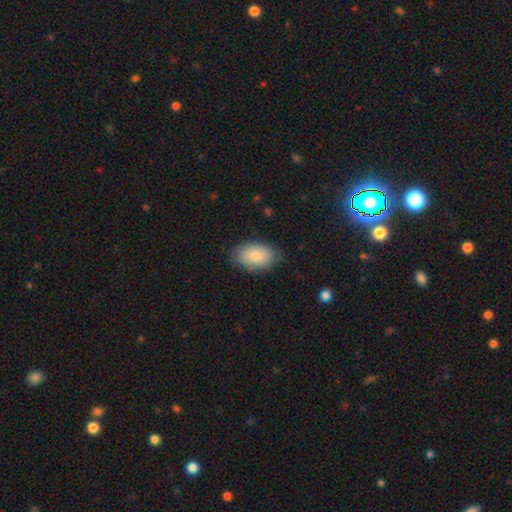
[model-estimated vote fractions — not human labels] smooth-or-featured: smooth: 83% | featured or disk: 11% | star or artifact: 6%
  how-rounded: in between: 92% | round: 7% | cigar-shaped: 1%
  merging: none: 79% | minor disturbance: 16% | major disturbance: 4% | merger: 1%